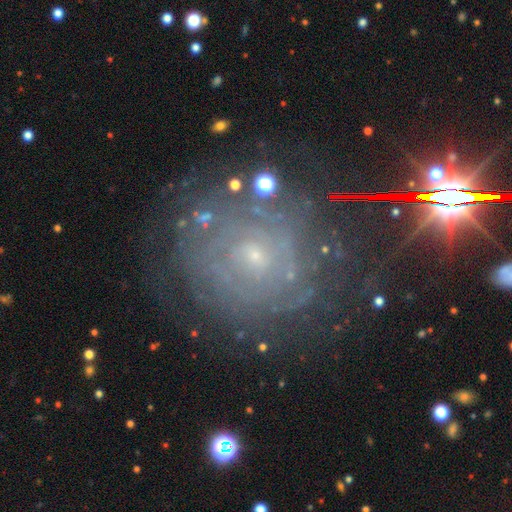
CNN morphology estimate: type=featured or disk (67%); edge-on=no (96%); bar=no (72%); spiral arms=yes (82%); winding=tight (78%); arm count=can't tell (58%); bulge=small (80%); merging=none (75%).